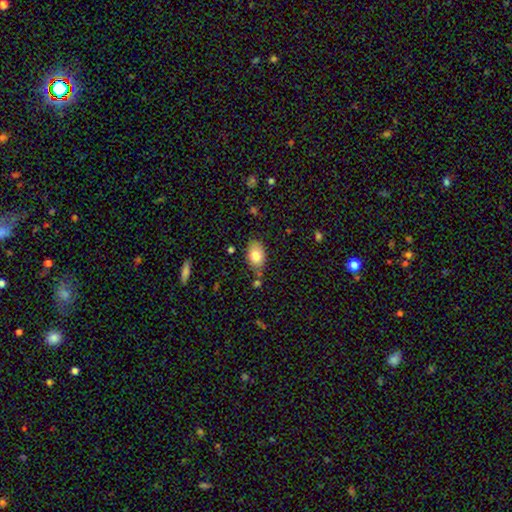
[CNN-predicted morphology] The model was most divided on "merging": none: 74%, minor disturbance: 17%, merger: 6%, major disturbance: 4%. More confident: how rounded — in between (86%); smooth or featured — smooth (80%).